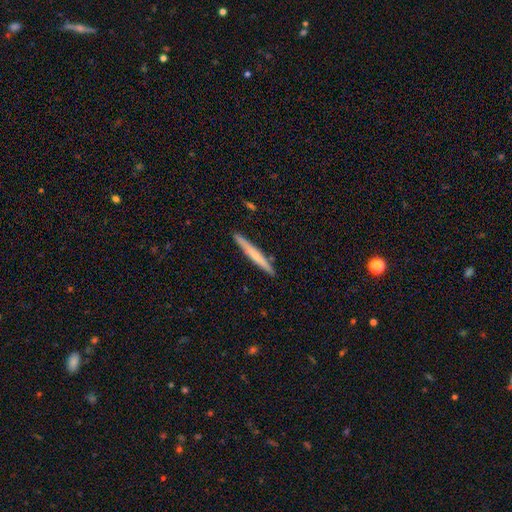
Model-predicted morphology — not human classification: Smooth or featured?
  - smooth: 60% *
  - featured or disk: 35%
  - star or artifact: 5%
How rounded?
  - cigar-shaped: 96% *
  - in between: 2%
  - round: 1%
Merging?
  - none: 90% *
  - minor disturbance: 7%
  - merger: 2%
  - major disturbance: 1%